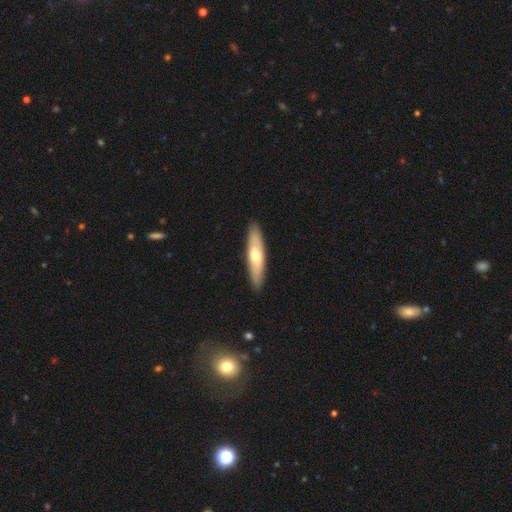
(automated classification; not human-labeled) This is possibly a smooth galaxy (53%). How rounded: likely cigar-shaped (77%). Merging: clearly none (91%).